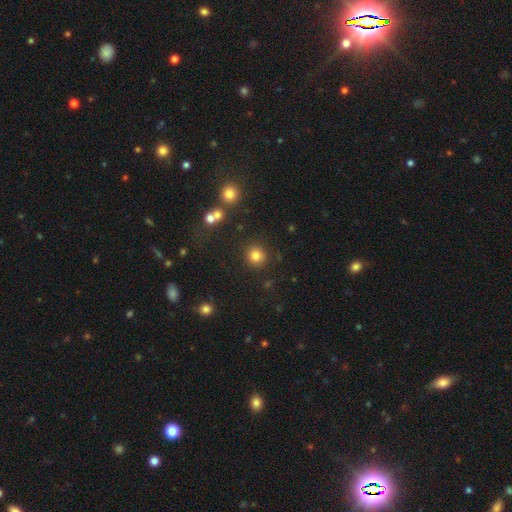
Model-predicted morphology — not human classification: A smooth galaxy with no disk features (81%) that is round (91%).

Vote fractions:
- Smooth or featured? smooth: 81% / star or artifact: 13% / featured or disk: 6%
- How rounded? round: 91% / in between: 8% / cigar-shaped: 1%
- Merging? none: 88% / minor disturbance: 7% / major disturbance: 3% / merger: 3%